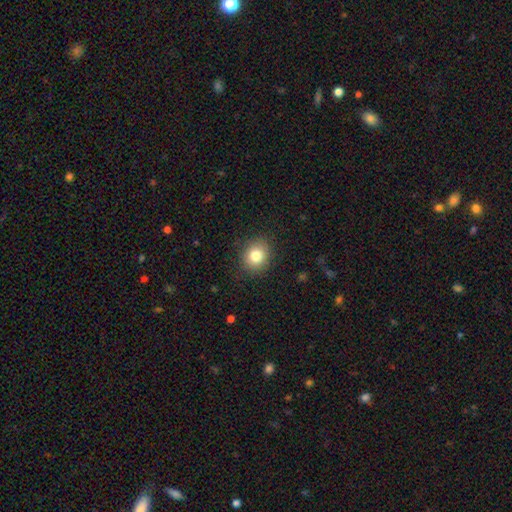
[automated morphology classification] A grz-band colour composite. It shows a smooth galaxy with no disk features (81%) that is round (71%). Merging: none (87%).